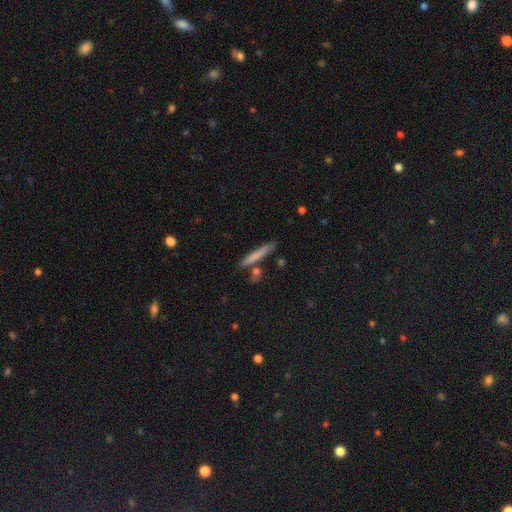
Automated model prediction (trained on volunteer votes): Smooth or featured?
  - smooth: 71% *
  - featured or disk: 23%
  - star or artifact: 6%
How rounded?
  - cigar-shaped: 94% *
  - in between: 4%
  - round: 2%
Merging?
  - none: 81% *
  - minor disturbance: 11%
  - merger: 6%
  - major disturbance: 2%